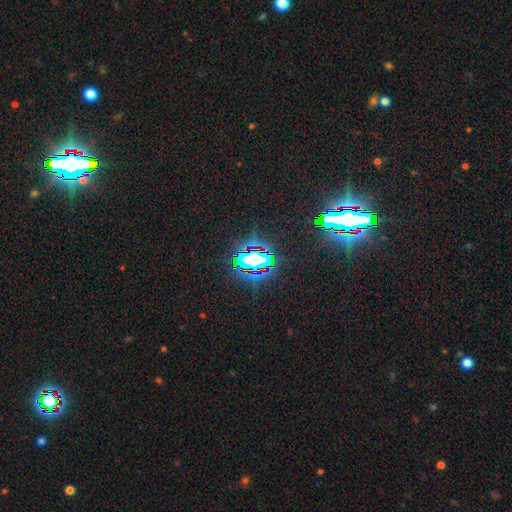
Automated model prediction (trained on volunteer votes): This is clearly a star or artifact rather than a galaxy (84%).